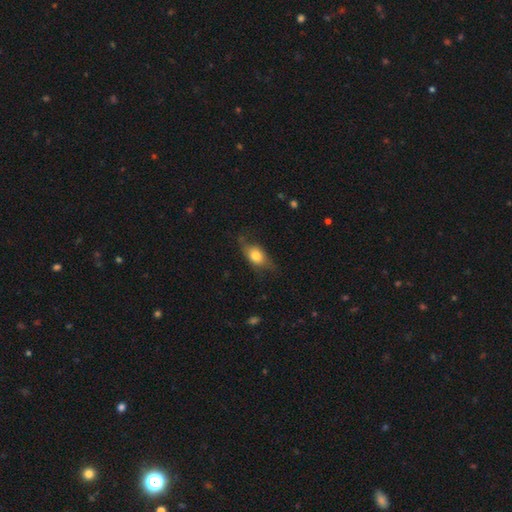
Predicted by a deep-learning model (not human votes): Overall: smooth (69%). How rounded: in between (76%). Merging: none (59%; minor disturbance 29%).